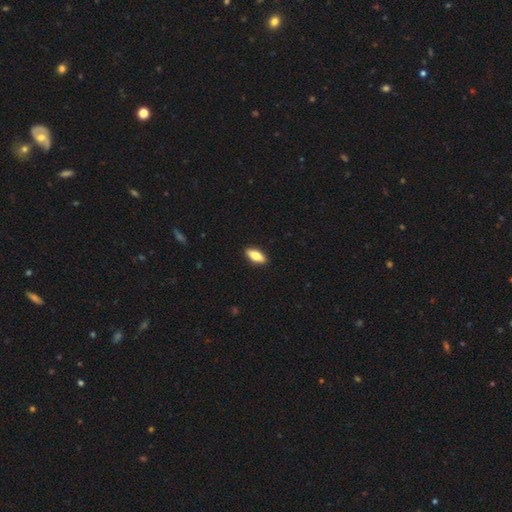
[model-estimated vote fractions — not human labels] This appears to be a smooth galaxy with no disk features (72%) that is in between round and cigar-shaped (79%). Merging: none (91%).